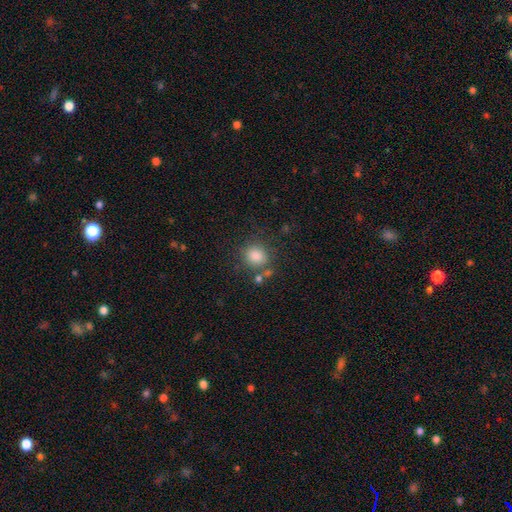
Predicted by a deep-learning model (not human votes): Smooth or featured? Predicted: smooth (p=0.84). How rounded? Predicted: round (p=0.81). Merging? Predicted: none (p=0.75).